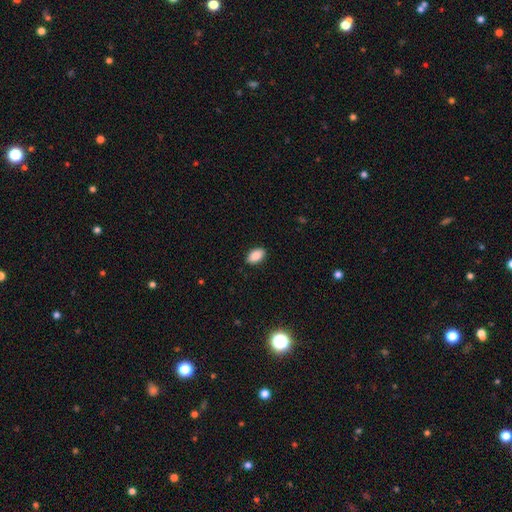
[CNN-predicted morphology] smooth_or_featured: smooth (p=0.89) [alt: star or artifact p=0.08]
how_rounded: in between (p=0.93) [alt: round p=0.05]
merging: none (p=0.89) [alt: minor disturbance p=0.08]